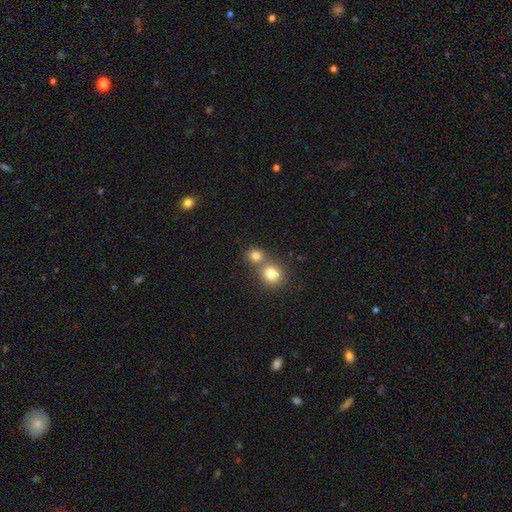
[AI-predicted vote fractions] Overall: smooth (81%). How rounded: round (83%). Merging: none (51%; merger 40%).